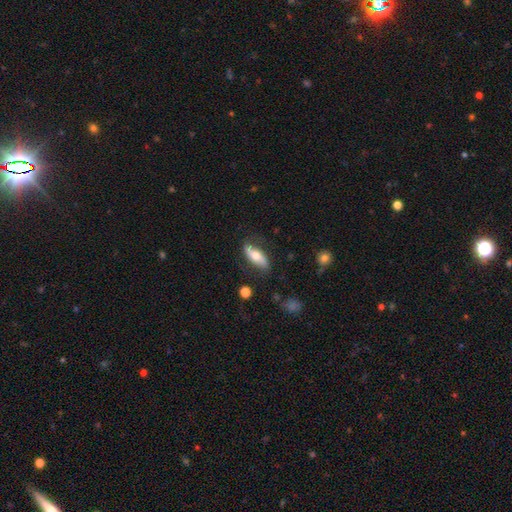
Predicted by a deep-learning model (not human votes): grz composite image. It shows a smooth galaxy with no disk features (50%) that is in between round and cigar-shaped (65%). Merging: none (74%).